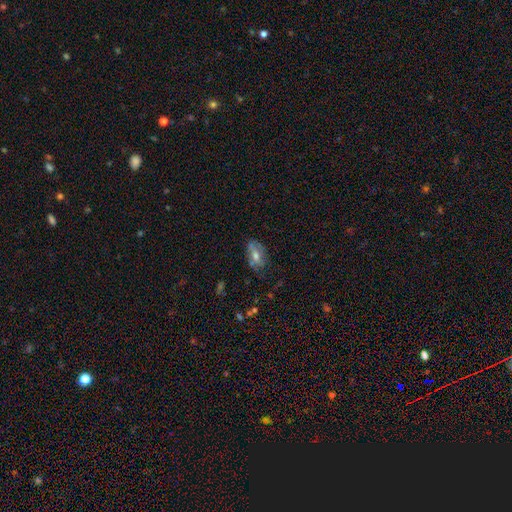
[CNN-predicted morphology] The model was most divided on "smooth or featured": featured or disk: 45%, smooth: 40%, star or artifact: 15%. More confident: merging — none (65%).